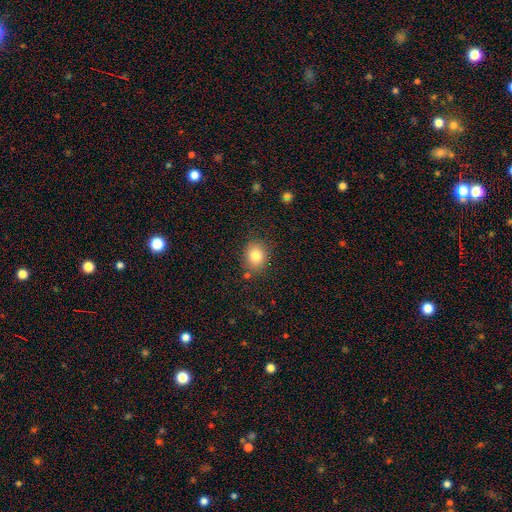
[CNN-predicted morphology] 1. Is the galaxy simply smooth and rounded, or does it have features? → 81% smooth, 10% star or artifact, 8% featured or disk.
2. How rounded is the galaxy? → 66% round, 33% in between, 1% cigar-shaped.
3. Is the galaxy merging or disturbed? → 82% none, 11% minor disturbance, 3% merger, 3% major disturbance.